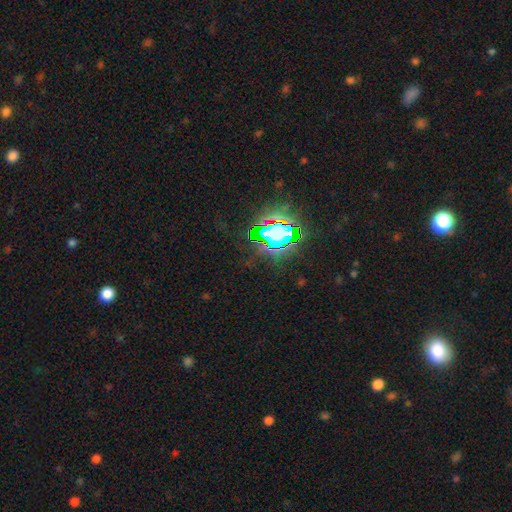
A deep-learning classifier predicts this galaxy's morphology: Smooth or featured? star or artifact (79%)